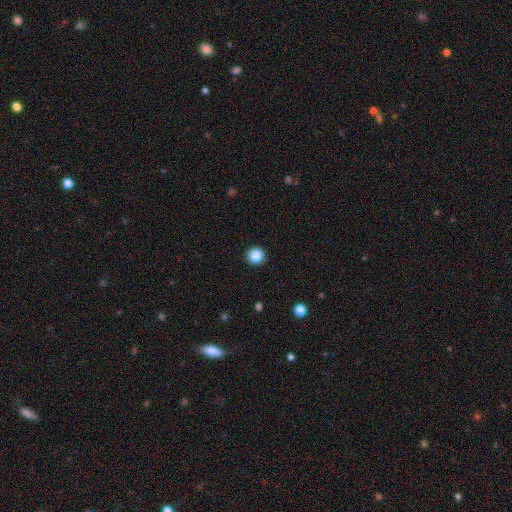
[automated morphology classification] The model was most divided on "smooth or featured": smooth: 87%, star or artifact: 10%, featured or disk: 3%. More confident: how rounded — round (94%); merging — none (92%).